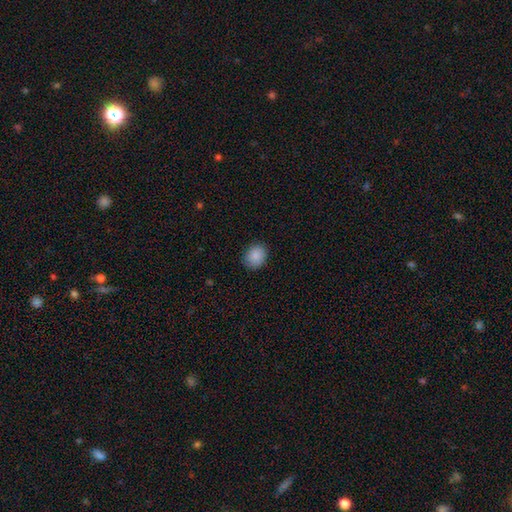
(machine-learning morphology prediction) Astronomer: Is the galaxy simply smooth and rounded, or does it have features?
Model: smooth — 88%.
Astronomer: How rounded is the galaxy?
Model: round — 61% (runner-up: in between, 38%).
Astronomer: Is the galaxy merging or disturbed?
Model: none — 87%.